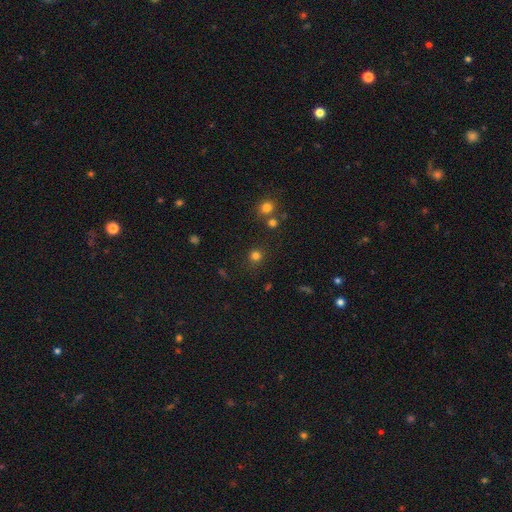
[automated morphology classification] Overall: smooth (77%). How rounded: round (91%). Merging: none (82%).